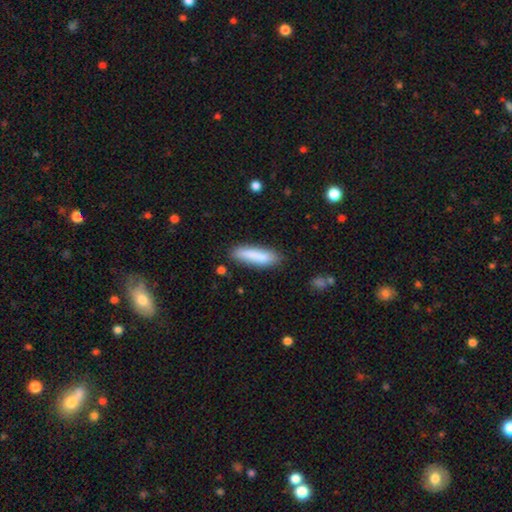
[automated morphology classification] Smooth or featured? Predicted: smooth (p=0.83). How rounded? Predicted: cigar-shaped (p=0.68). Merging? Predicted: none (p=0.80).